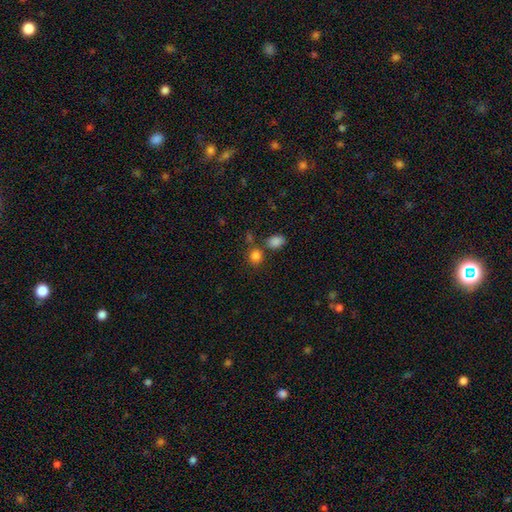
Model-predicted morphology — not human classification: smooth_or_featured: smooth (p=0.83) [alt: star or artifact p=0.12]
how_rounded: round (p=0.70) [alt: in between p=0.29]
merging: none (p=0.67) [alt: merger p=0.19]